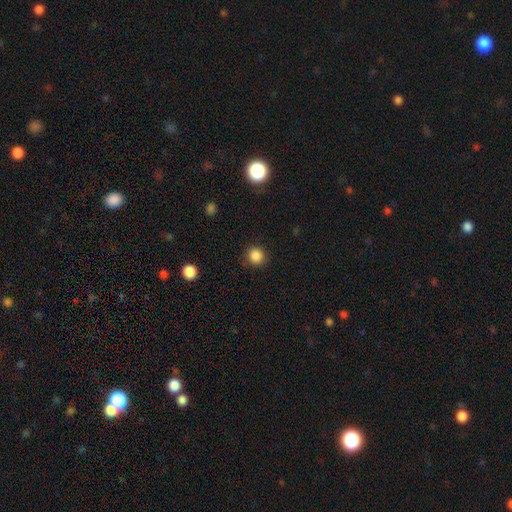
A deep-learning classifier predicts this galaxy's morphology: type=smooth (85%); roundness=round (92%); merging=none (90%).